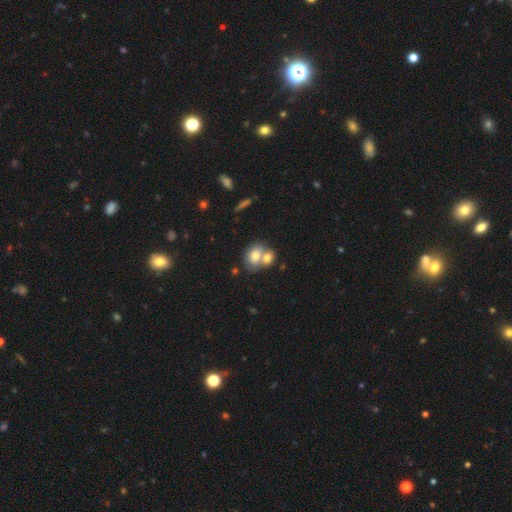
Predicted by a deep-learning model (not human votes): smooth_or_featured: smooth (p=0.74) [alt: featured or disk p=0.18]
how_rounded: in between (p=0.61) [alt: round p=0.38]
merging: merger (p=0.61) [alt: none p=0.29]